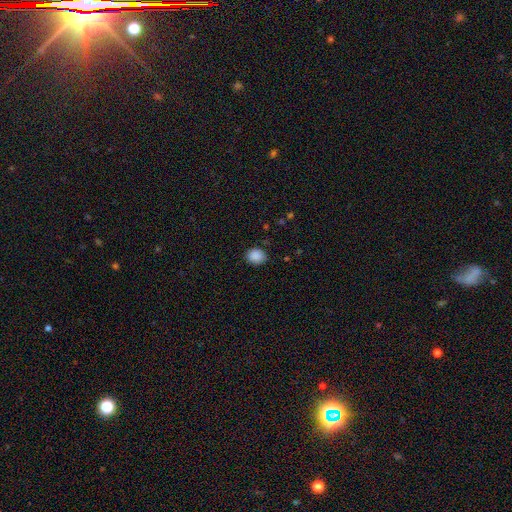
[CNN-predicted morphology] Smooth or featured: smooth — 88% (star or artifact — 9%)
How rounded: round — 55% (in between — 44%)
Merging: none — 85% (minor disturbance — 11%)